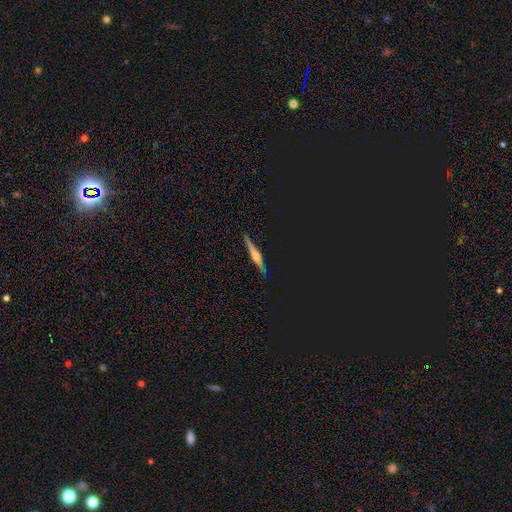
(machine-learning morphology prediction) Smooth or featured?
  - featured or disk: 55% *
  - smooth: 30%
  - star or artifact: 15%
Edge-on disk?
  - yes: 95% *
  - no: 5%
Edge-on bulge?
  - rounded: 52% *
  - boxy: 33%
  - none: 15%
Merging?
  - none: 85% *
  - minor disturbance: 11%
  - major disturbance: 2%
  - merger: 2%